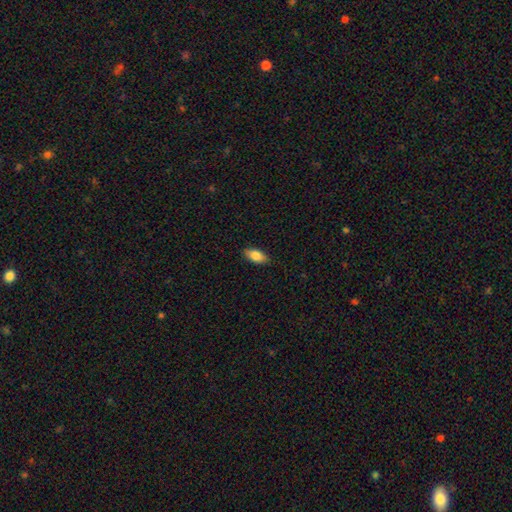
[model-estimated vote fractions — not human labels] Overall: smooth (82%). How rounded: in between (88%). Merging: none (87%).